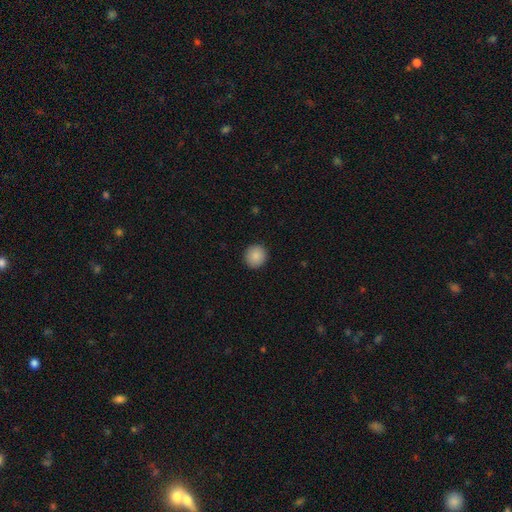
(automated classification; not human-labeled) Overall: smooth (88%). How rounded: round (90%). Merging: none (92%).